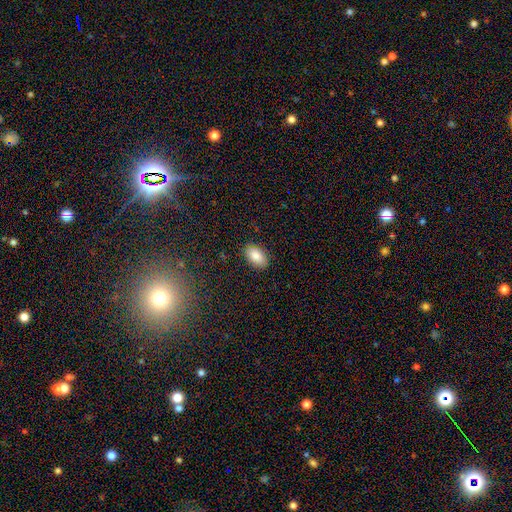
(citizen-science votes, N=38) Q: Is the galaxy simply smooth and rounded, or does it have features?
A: smooth — 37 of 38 (97%).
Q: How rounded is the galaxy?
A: in between — 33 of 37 (89%).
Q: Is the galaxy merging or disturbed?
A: none — 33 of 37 (89%).